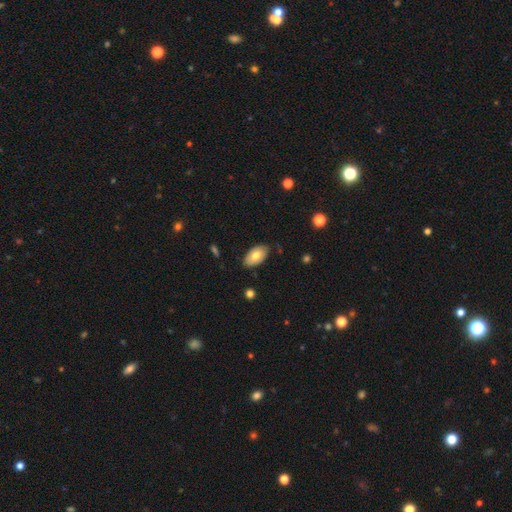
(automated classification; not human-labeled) Q: Smooth or featured?
A: smooth (71%); runner-up: featured or disk (22%)
Q: How rounded?
A: in between (94%); runner-up: round (4%)
Q: Merging?
A: none (81%); runner-up: minor disturbance (15%)